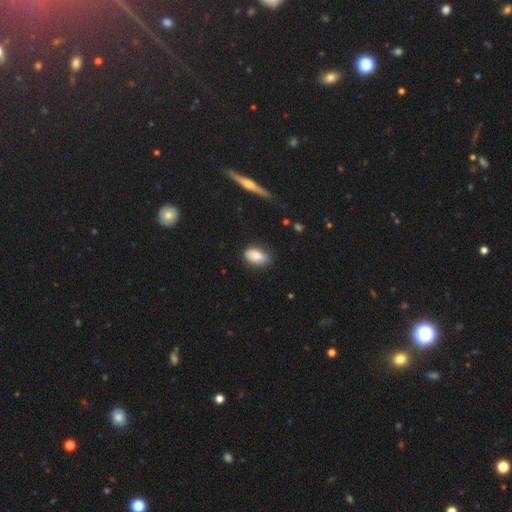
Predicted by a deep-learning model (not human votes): smooth-or-featured: smooth: 79% | featured or disk: 13% | star or artifact: 7%
  how-rounded: in between: 90% | round: 8% | cigar-shaped: 2%
  merging: none: 69% | minor disturbance: 25% | major disturbance: 5% | merger: 2%